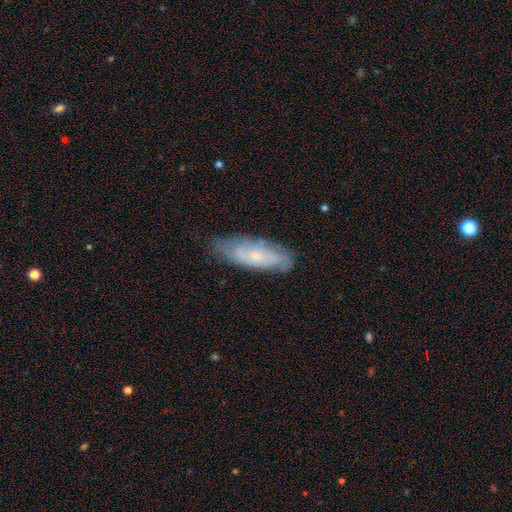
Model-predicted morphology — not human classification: Smooth or featured: featured or disk — 60% (smooth — 33%)
Edge-on disk: no — 83% (yes — 17%)
Merging: none — 71% (minor disturbance — 23%)